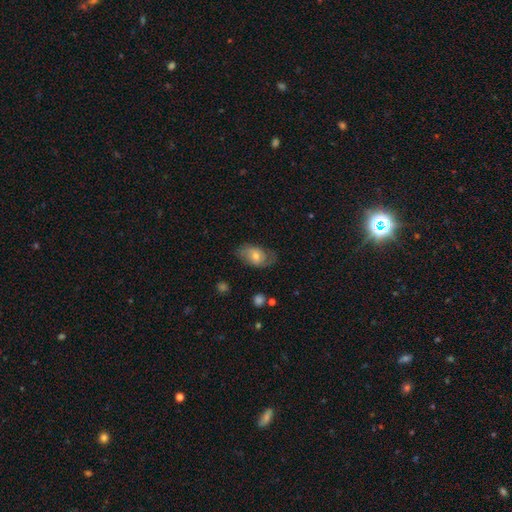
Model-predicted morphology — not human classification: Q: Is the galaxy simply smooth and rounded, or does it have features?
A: smooth — 47%.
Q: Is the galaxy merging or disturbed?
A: none — 65%.